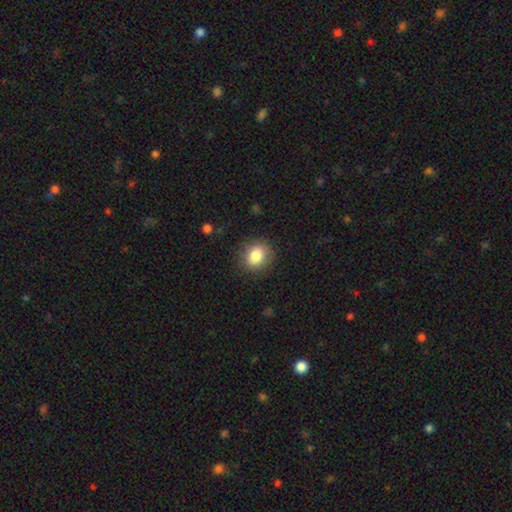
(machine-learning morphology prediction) This is clearly a smooth galaxy (84%). How rounded: likely round (64%). Merging: clearly none (85%).